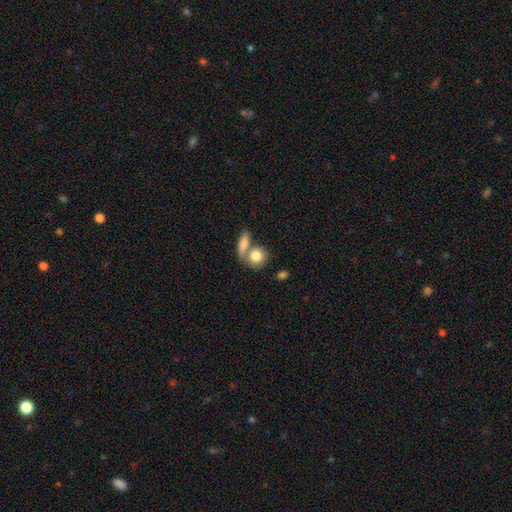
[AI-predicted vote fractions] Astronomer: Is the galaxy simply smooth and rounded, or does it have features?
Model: smooth — 81%.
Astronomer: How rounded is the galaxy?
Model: round — 63%.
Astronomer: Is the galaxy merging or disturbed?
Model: none — 45% (runner-up: merger, 42%).